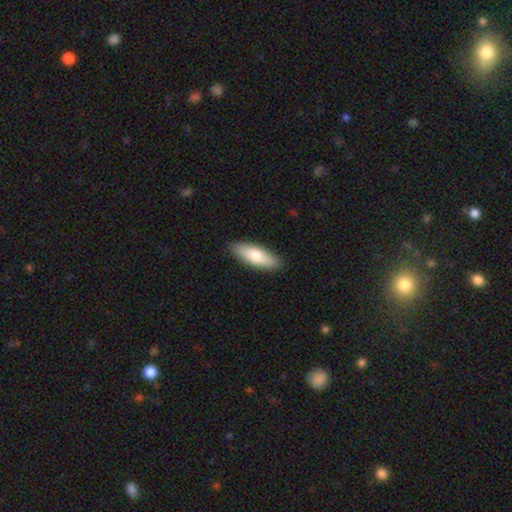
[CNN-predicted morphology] smooth_or_featured: smooth (p=0.74) [alt: featured or disk p=0.20]
how_rounded: in between (p=0.57) [alt: cigar-shaped p=0.41]
merging: none (p=0.89) [alt: minor disturbance p=0.08]